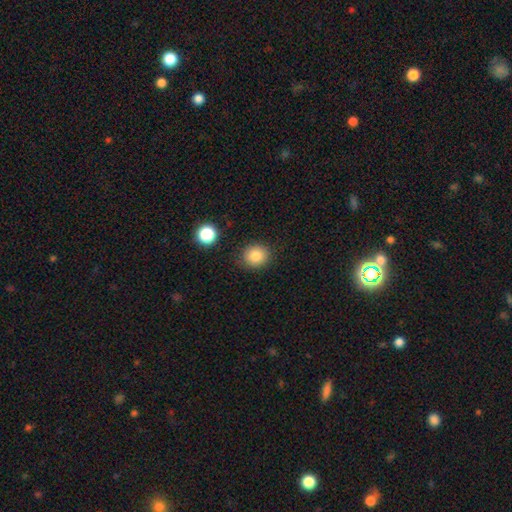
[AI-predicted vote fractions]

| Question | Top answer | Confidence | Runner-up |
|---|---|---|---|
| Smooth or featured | smooth | 84% | star or artifact (10%) |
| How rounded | round | 80% | in between (19%) |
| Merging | none | 86% | minor disturbance (9%) |